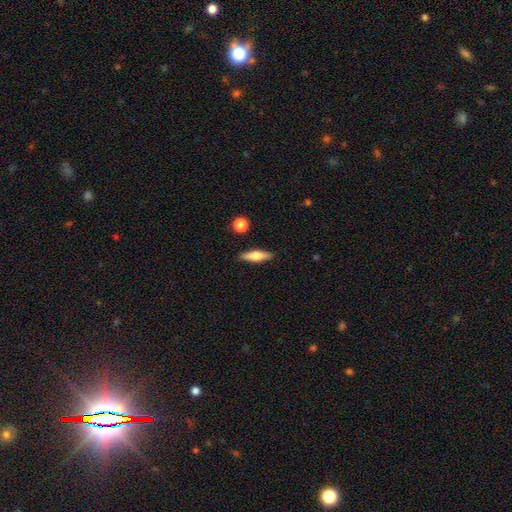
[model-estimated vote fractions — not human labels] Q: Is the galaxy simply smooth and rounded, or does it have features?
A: smooth — 60%.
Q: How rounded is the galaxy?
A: cigar-shaped — 63%.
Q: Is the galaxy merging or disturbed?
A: none — 88%.